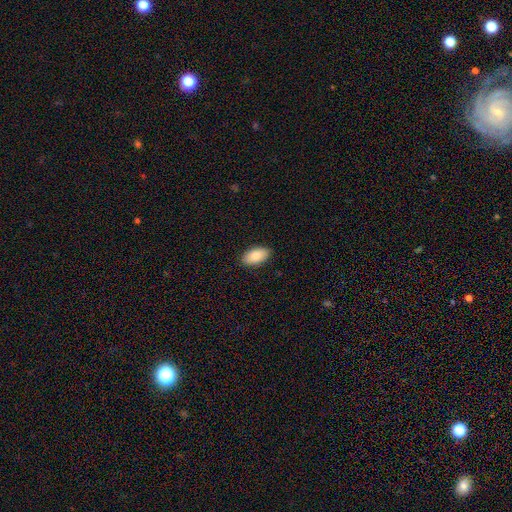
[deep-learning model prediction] smooth_or_featured: smooth (p=0.86) [alt: featured or disk p=0.08]
how_rounded: in between (p=0.95) [alt: round p=0.03]
merging: none (p=0.89) [alt: minor disturbance p=0.09]